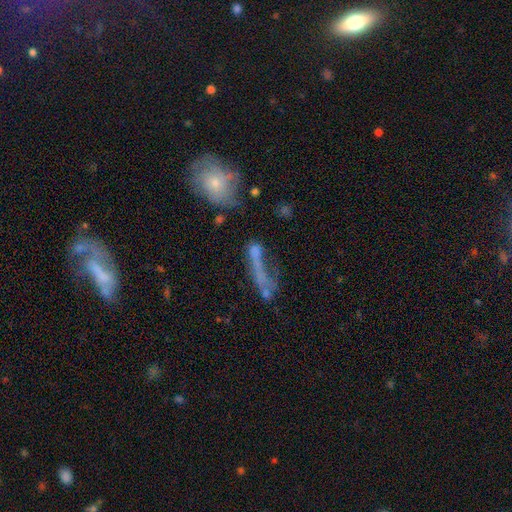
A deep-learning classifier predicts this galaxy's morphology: Smooth or featured?
  - smooth: 51% *
  - featured or disk: 33%
  - star or artifact: 16%
How rounded?
  - cigar-shaped: 65% *
  - in between: 25%
  - round: 10%
Merging?
  - major disturbance: 33% *
  - none: 26%
  - merger: 26%
  - minor disturbance: 15%